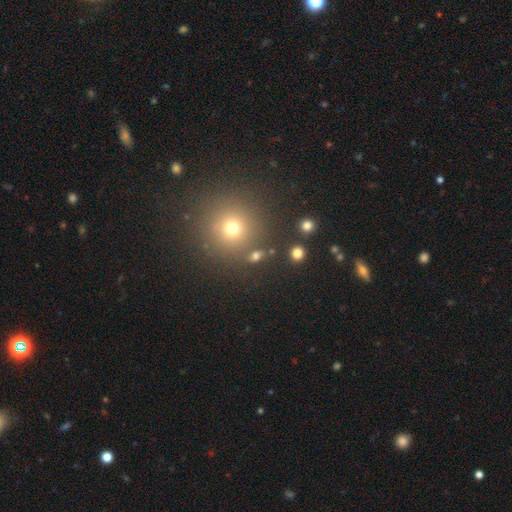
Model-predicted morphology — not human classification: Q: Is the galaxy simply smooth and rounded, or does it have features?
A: smooth — 68%.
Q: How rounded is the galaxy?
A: round — 58%.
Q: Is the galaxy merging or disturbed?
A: none — 78%.